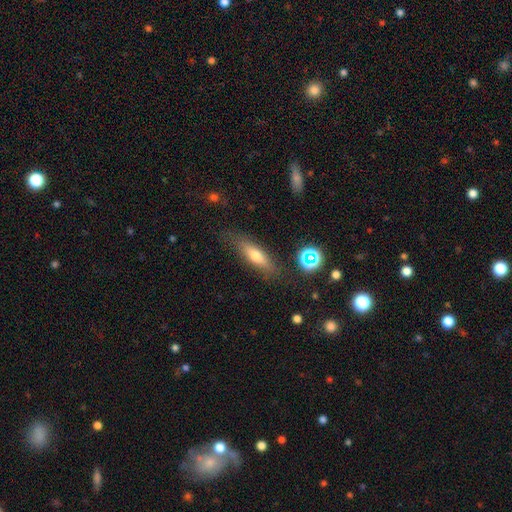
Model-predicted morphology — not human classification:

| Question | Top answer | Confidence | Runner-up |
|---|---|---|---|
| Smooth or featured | smooth | 61% | featured or disk (29%) |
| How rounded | cigar-shaped | 57% | in between (39%) |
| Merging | none | 76% | minor disturbance (17%) |